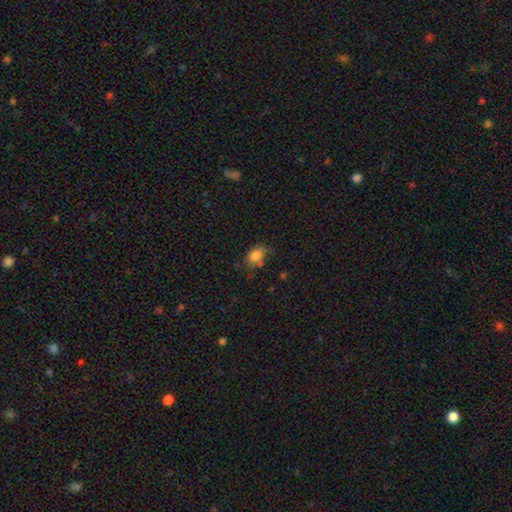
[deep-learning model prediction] smooth-or-featured: smooth: 80% | star or artifact: 10% | featured or disk: 9%
  how-rounded: in between: 79% | round: 19% | cigar-shaped: 2%
  merging: none: 52% | minor disturbance: 29% | major disturbance: 10% | merger: 9%